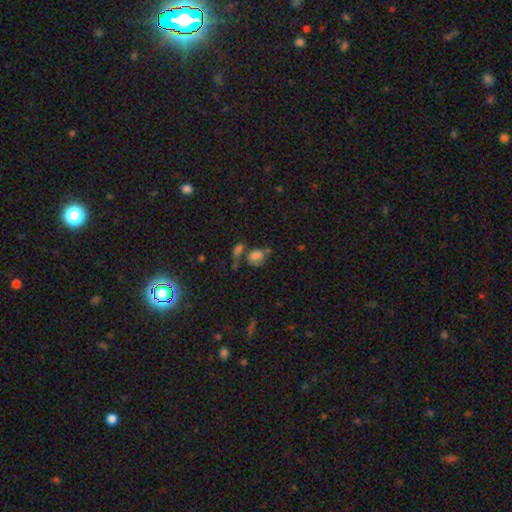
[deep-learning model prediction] Overall: smooth (66%). How rounded: in between (53%; round 45%). Merging: none (33%; merger 31%).